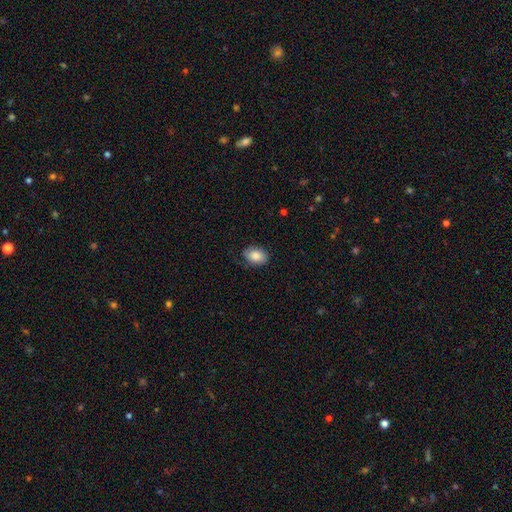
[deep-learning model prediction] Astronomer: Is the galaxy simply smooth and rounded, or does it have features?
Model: smooth — 84%.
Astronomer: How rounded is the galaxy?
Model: in between — 84%.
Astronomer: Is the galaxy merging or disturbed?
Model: none — 75%.